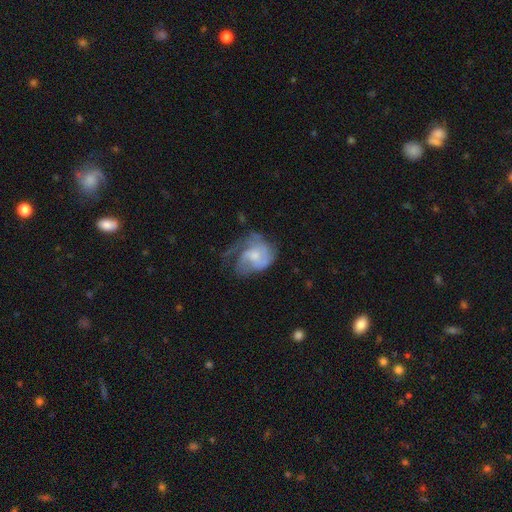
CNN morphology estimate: This is likely a featured or disk galaxy (60%). It is clearly not viewed edge-on (98%). Bar: likely no (72%). Spiral arm pattern: likely yes (72%). Central bulge: marginally small (42%). Merging: marginally major disturbance (43%).